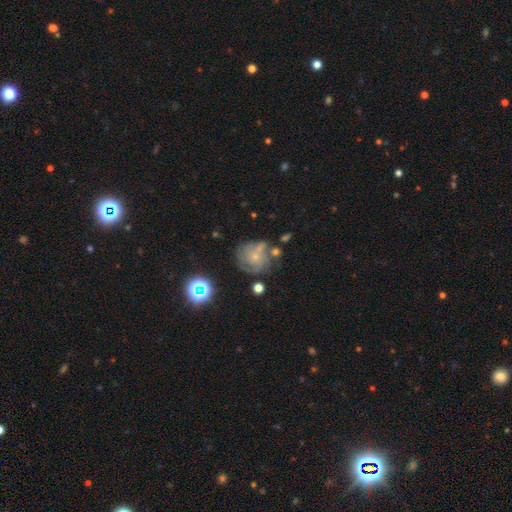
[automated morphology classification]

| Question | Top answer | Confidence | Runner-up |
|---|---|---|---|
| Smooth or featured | featured or disk | 55% | smooth (30%) |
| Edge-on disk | no | 97% | yes (3%) |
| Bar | no | 80% | weak (17%) |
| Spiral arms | yes | 75% | no (25%) |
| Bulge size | small | 73% | moderate (17%) |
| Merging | none | 52% | minor disturbance (23%) |